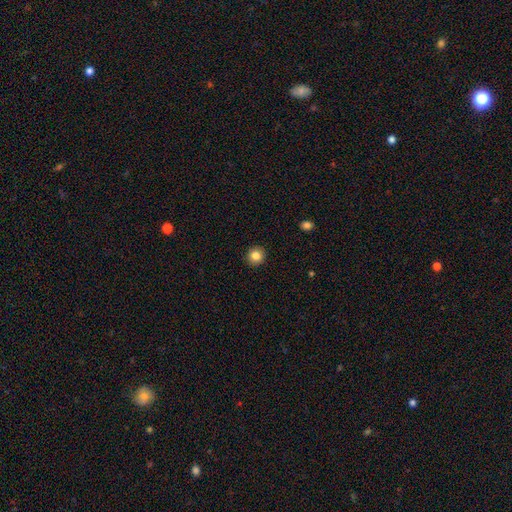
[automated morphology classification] smooth_or_featured: smooth (p=0.84) [alt: star or artifact p=0.10]
how_rounded: round (p=0.93) [alt: in between p=0.06]
merging: none (p=0.93) [alt: minor disturbance p=0.05]